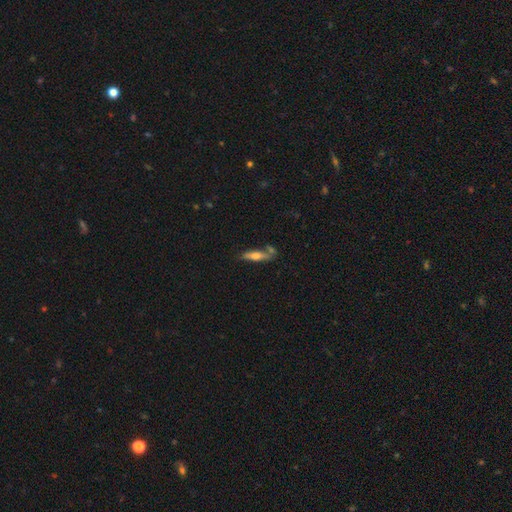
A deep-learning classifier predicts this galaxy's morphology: smooth_or_featured: smooth (p=0.55) [alt: featured or disk p=0.39]
how_rounded: cigar-shaped (p=0.71) [alt: in between p=0.27]
merging: none (p=0.62) [alt: merger p=0.17]